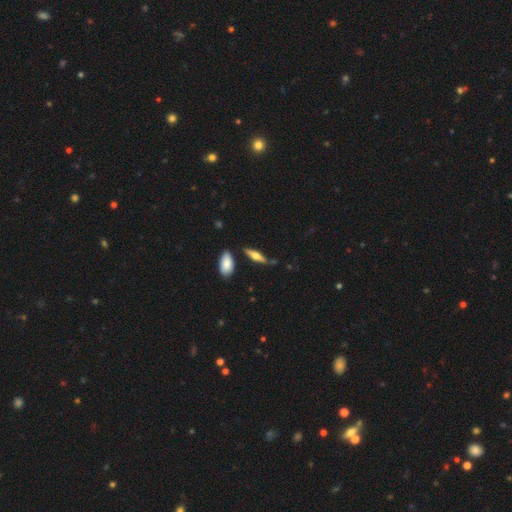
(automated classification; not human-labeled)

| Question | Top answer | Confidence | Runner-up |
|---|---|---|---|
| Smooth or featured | featured or disk | 49% | smooth (45%) |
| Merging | none | 71% | minor disturbance (17%) |